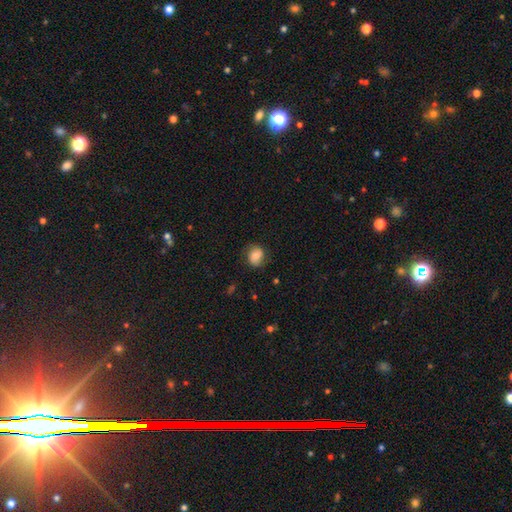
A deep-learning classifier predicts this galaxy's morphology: A smooth galaxy with no disk features (70%) that is round (62%).

Vote fractions:
- Smooth or featured? smooth: 70% / featured or disk: 21% / star or artifact: 9%
- How rounded? round: 62% / in between: 37% / cigar-shaped: 1%
- Merging? none: 75% / minor disturbance: 18% / major disturbance: 6% / merger: 1%